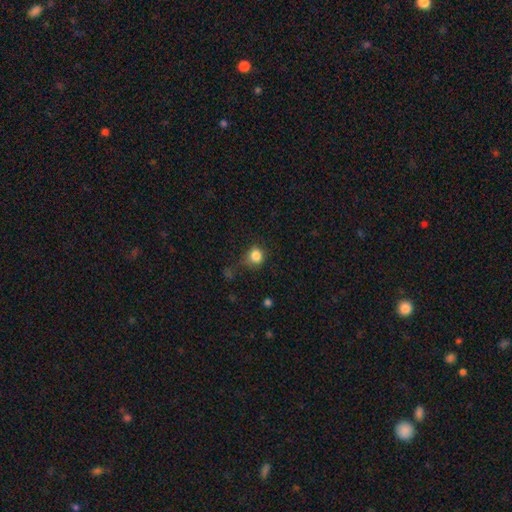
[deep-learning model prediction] smooth 84%, star or artifact 11%, featured or disk 5%. Down the decision tree: how rounded — round (81%); merging — none (67%).